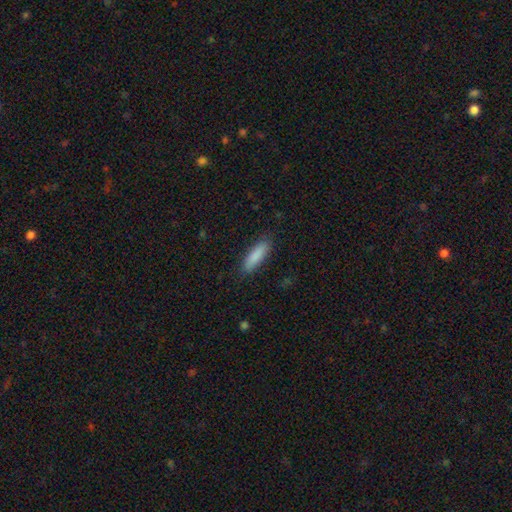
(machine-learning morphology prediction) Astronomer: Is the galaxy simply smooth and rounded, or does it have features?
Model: smooth — 87%.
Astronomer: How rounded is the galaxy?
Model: cigar-shaped — 65%.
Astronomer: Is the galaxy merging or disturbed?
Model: none — 87%.